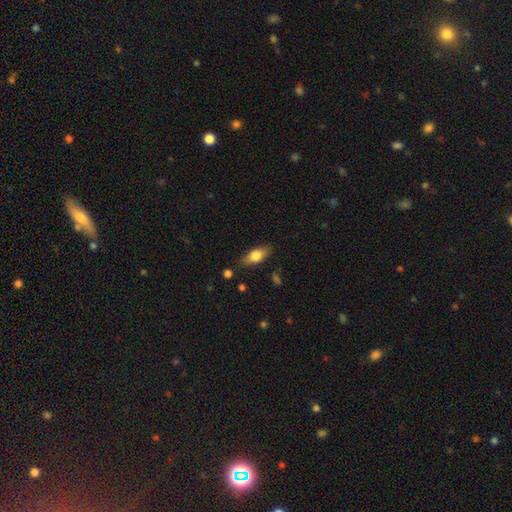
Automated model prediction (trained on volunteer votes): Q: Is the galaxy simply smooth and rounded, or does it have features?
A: smooth — 74%.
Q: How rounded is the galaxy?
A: in between — 83%.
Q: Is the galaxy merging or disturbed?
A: none — 82%.